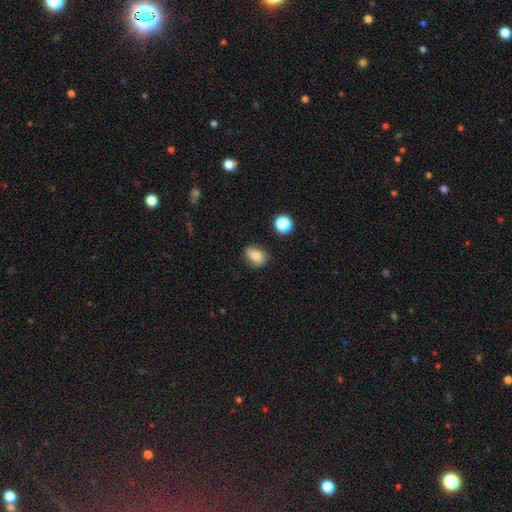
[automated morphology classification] Q: Smooth or featured?
A: smooth (83%); runner-up: star or artifact (10%)
Q: How rounded?
A: in between (78%); runner-up: round (19%)
Q: Merging?
A: none (75%); runner-up: minor disturbance (19%)